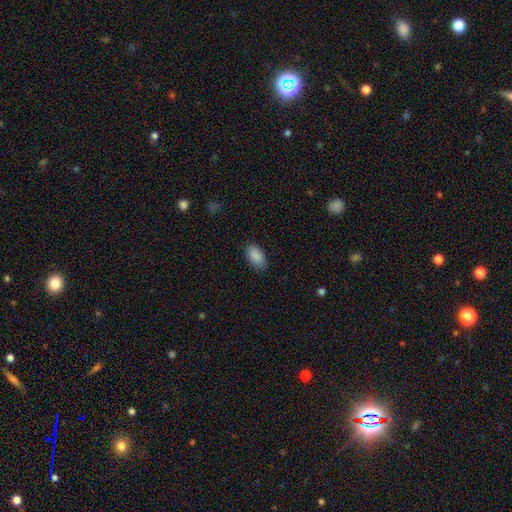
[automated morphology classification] Smooth or featured: smooth — 90% (star or artifact — 7%)
How rounded: in between — 94% (round — 4%)
Merging: none — 83% (minor disturbance — 13%)